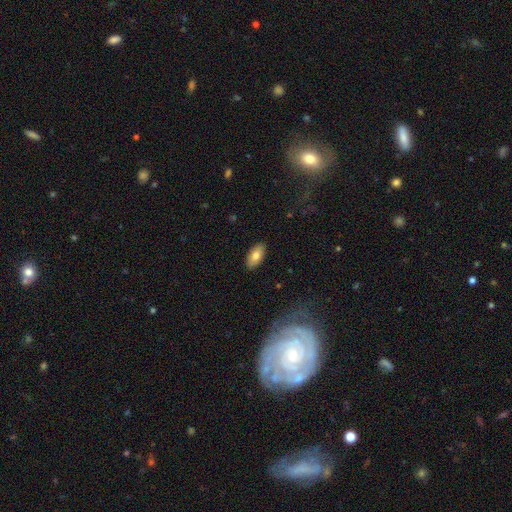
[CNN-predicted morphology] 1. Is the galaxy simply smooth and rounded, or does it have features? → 77% smooth, 16% featured or disk, 7% star or artifact.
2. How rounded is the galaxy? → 92% in between, 5% cigar-shaped, 3% round.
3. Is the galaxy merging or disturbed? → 88% none, 9% minor disturbance, 2% major disturbance, 1% merger.